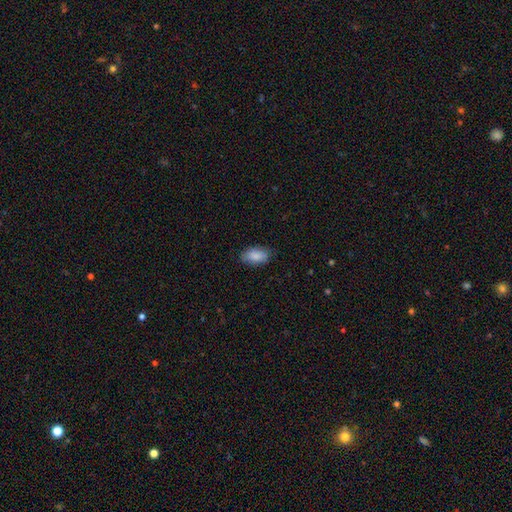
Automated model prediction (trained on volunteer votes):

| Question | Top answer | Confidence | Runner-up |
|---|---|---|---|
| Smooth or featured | smooth | 87% | star or artifact (6%) |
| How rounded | in between | 93% | cigar-shaped (4%) |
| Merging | none | 80% | minor disturbance (16%) |